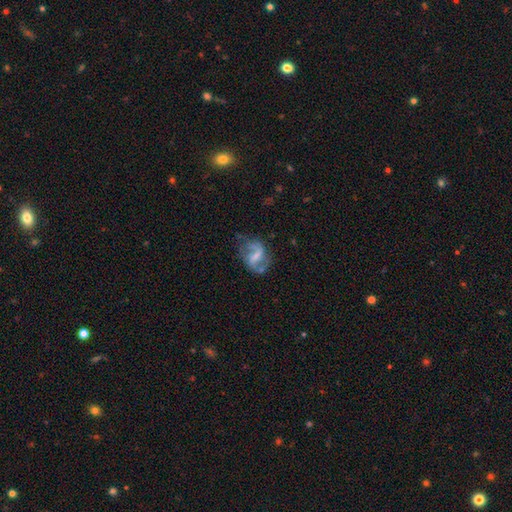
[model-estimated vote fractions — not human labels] smooth-or-featured: featured or disk: 77% | smooth: 16% | star or artifact: 7%
  disk-edge-on: no: 98% | yes: 2%
    bar: weak: 46% | strong: 36% | no: 17%
    has-spiral-arms: yes: 88% | no: 12%
      spiral-winding: loose: 50% | medium: 40% | tight: 10%
      spiral-arm-count: 2: 86% | can't tell: 6% | 1: 5% | 3: 1% | 4: 1% | more than 4: 1%
    bulge-size: small: 36% | none: 33% | moderate: 25% | large: 4% | dominant: 1%
  merging: none: 57% | minor disturbance: 23% | major disturbance: 16% | merger: 3%